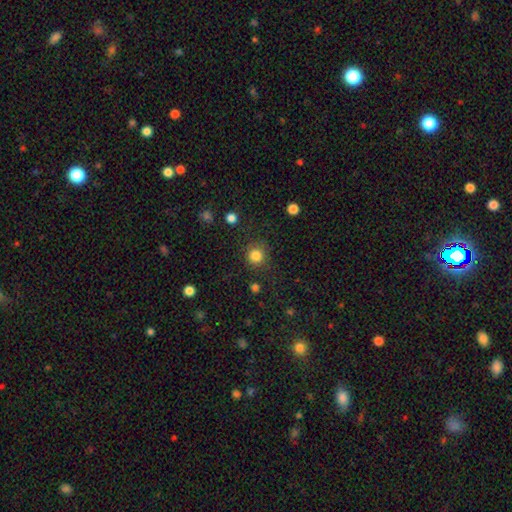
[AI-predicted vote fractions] Smooth or featured? smooth (84%)
How rounded? round (94%)
Merging? none (87%)